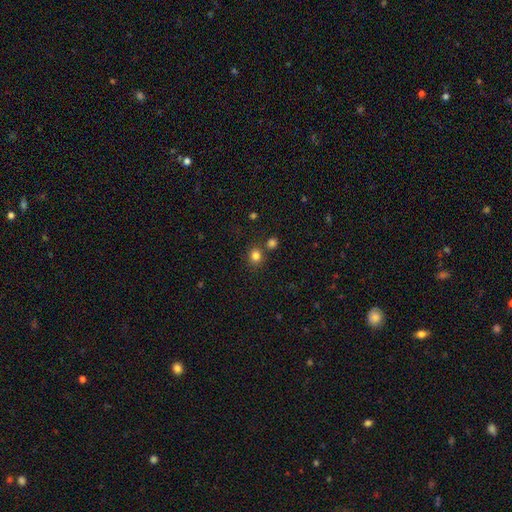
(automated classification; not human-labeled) Morphology: type=smooth (81%); roundness=round (82%); merging=none (74%).